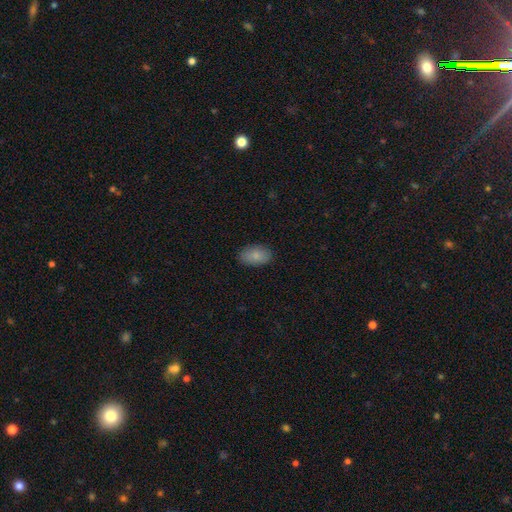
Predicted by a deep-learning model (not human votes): A smooth galaxy with no disk features (86%) that is in between round and cigar-shaped (93%). Merging: none (87%).